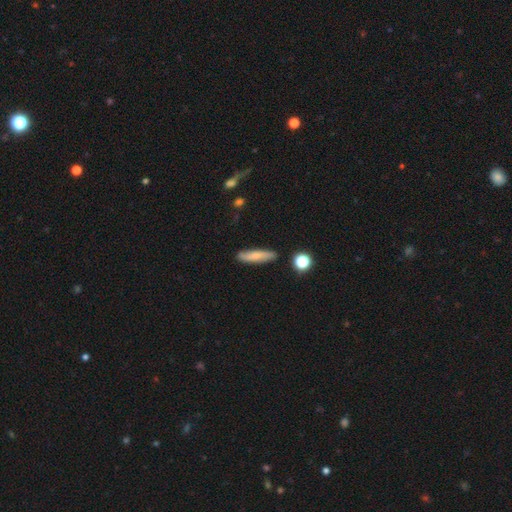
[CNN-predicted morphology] type=smooth (67%); roundness=cigar-shaped (80%); merging=none (85%).